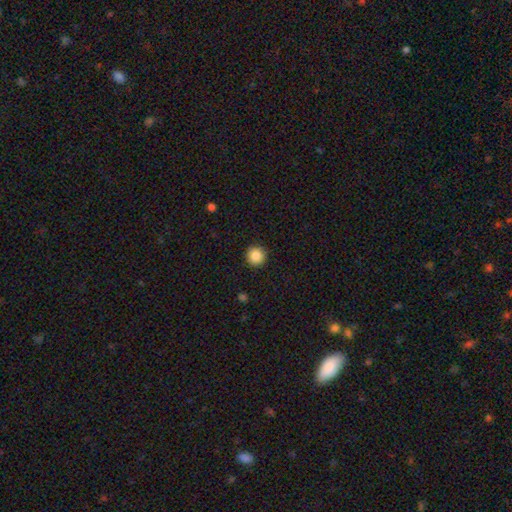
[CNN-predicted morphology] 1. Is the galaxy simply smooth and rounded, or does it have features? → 87% smooth, 9% star or artifact, 4% featured or disk.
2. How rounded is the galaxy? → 96% round, 4% in between, 1% cigar-shaped.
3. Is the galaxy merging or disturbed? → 92% none, 5% minor disturbance, 2% major disturbance, 1% merger.